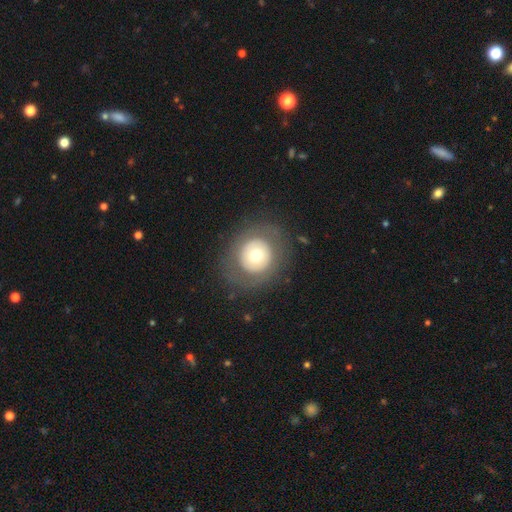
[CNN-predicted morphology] The model was most divided on "smooth or featured": smooth: 56%, featured or disk: 36%, star or artifact: 8%. More confident: how rounded — round (86%); merging — none (81%).